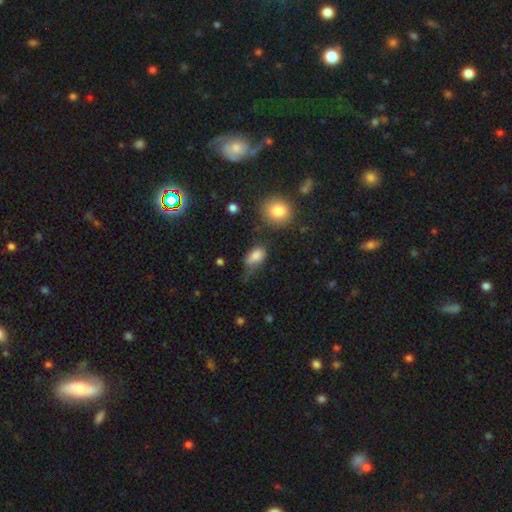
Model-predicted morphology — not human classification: type=smooth (81%); roundness=in between (84%); merging=minor disturbance (38%).